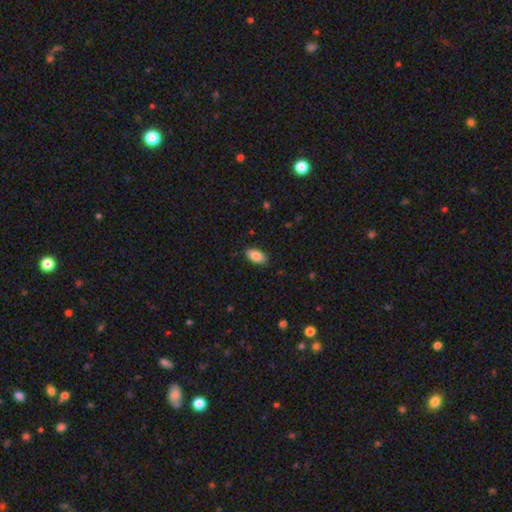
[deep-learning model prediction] A smooth galaxy with no disk features (86%) that is in between round and cigar-shaped (93%).

Vote fractions:
- Smooth or featured? smooth: 86% / featured or disk: 7% / star or artifact: 7%
- How rounded? in between: 93% / cigar-shaped: 4% / round: 3%
- Merging? none: 86% / minor disturbance: 11% / major disturbance: 2% / merger: 1%